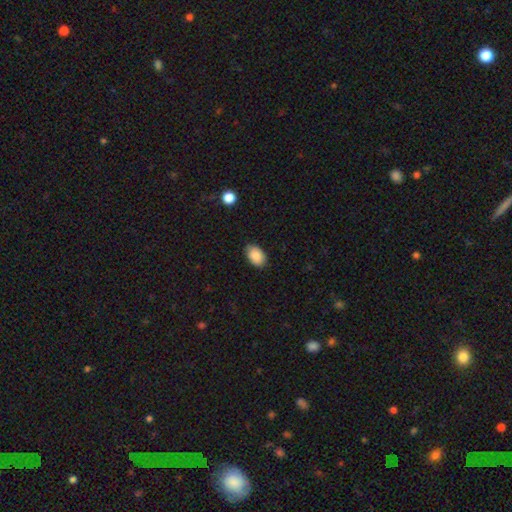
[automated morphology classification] Smooth or featured? Predicted: smooth (p=0.87). How rounded? Predicted: in between (p=0.88). Merging? Predicted: none (p=0.85).